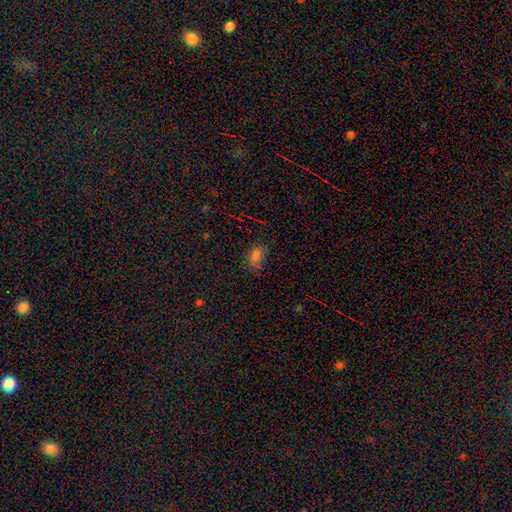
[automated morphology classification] Smooth or featured? smooth (78%)
How rounded? in between (80%)
Merging? none (77%)